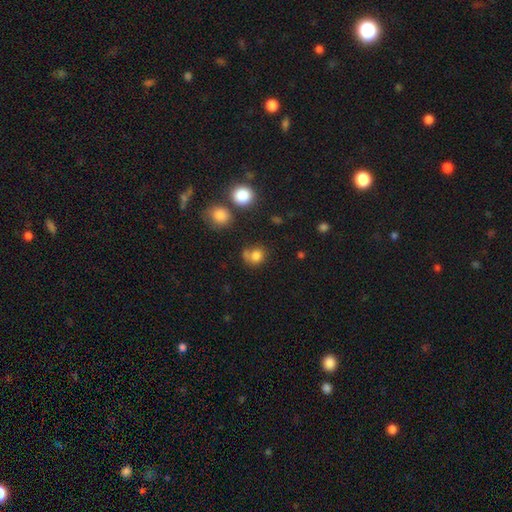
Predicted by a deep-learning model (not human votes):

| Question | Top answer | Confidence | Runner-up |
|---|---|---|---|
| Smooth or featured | smooth | 80% | star or artifact (13%) |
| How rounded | round | 73% | in between (26%) |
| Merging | none | 53% | merger (20%) |